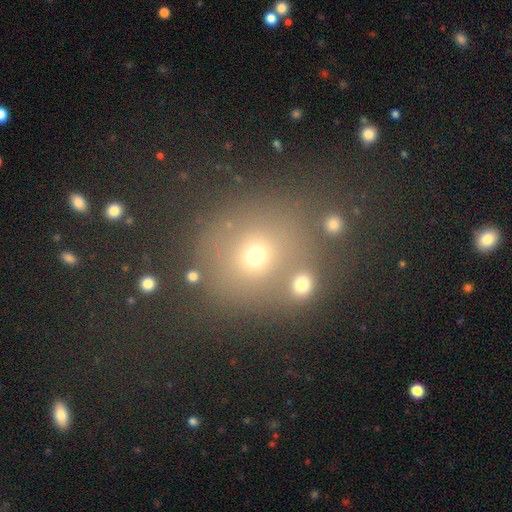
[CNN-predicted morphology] Smooth or featured: smooth — 60% (star or artifact — 27%)
How rounded: round — 82% (in between — 17%)
Merging: none — 71% (merger — 12%)